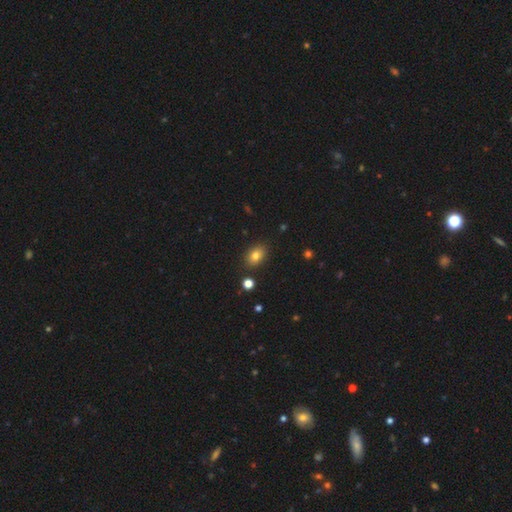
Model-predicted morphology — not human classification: type=smooth (79%); roundness=in between (75%); merging=none (86%).